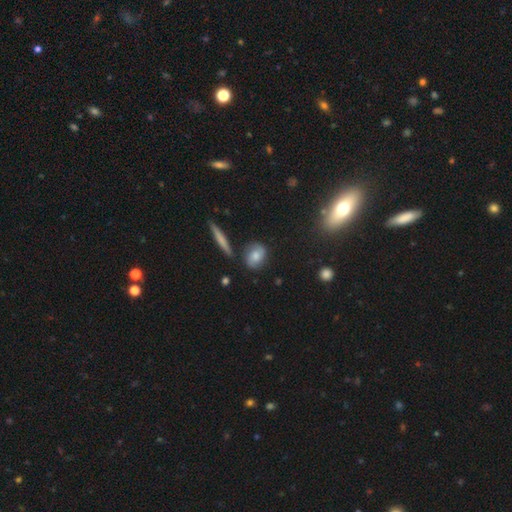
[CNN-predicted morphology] Q: Smooth or featured?
A: smooth (64%); runner-up: featured or disk (27%)
Q: How rounded?
A: in between (56%); runner-up: round (38%)
Q: Merging?
A: none (74%); runner-up: minor disturbance (16%)